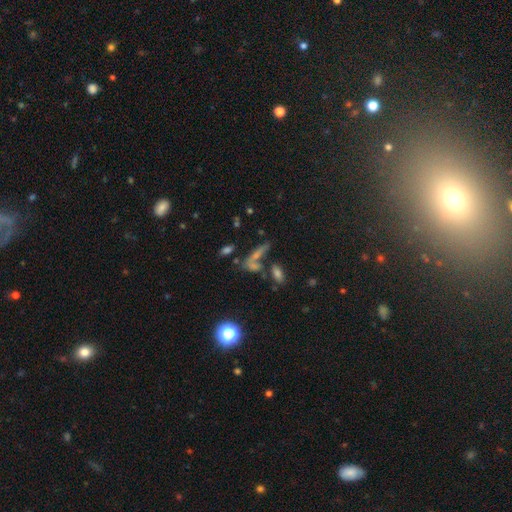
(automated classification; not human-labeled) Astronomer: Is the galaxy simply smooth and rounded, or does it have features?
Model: smooth — 38% (runner-up: featured or disk, 33%).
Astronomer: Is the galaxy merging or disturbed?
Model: none — 42% (runner-up: merger, 35%).